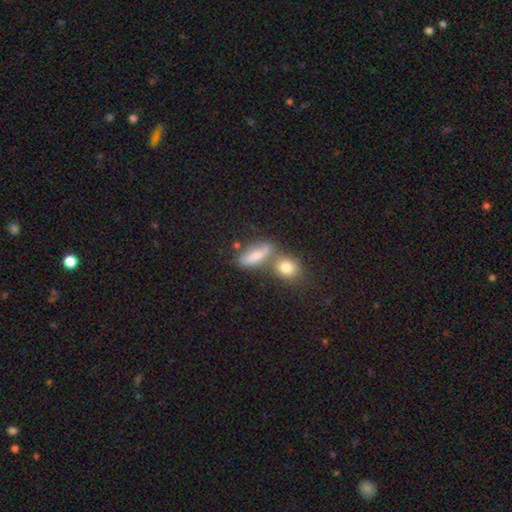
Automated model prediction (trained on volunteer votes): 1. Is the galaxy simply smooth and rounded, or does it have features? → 70% smooth, 19% featured or disk, 11% star or artifact.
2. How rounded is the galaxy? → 66% in between, 24% cigar-shaped, 10% round.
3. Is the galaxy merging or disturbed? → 42% none, 36% merger, 14% minor disturbance, 8% major disturbance.